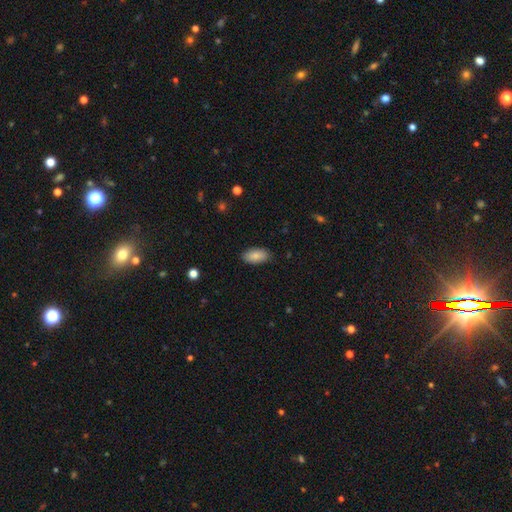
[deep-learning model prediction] This is clearly a smooth galaxy (86%). How rounded: clearly in between (93%). Merging: clearly none (87%).